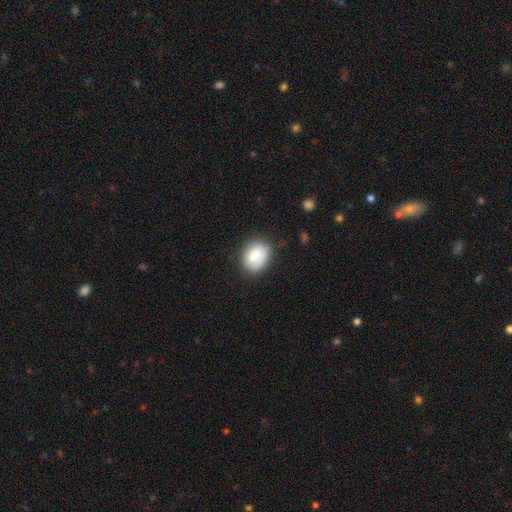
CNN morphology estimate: Smooth or featured?
  - smooth: 78% *
  - featured or disk: 15%
  - star or artifact: 8%
How rounded?
  - in between: 59% *
  - round: 40%
  - cigar-shaped: 1%
Merging?
  - none: 69% *
  - minor disturbance: 23%
  - major disturbance: 6%
  - merger: 3%